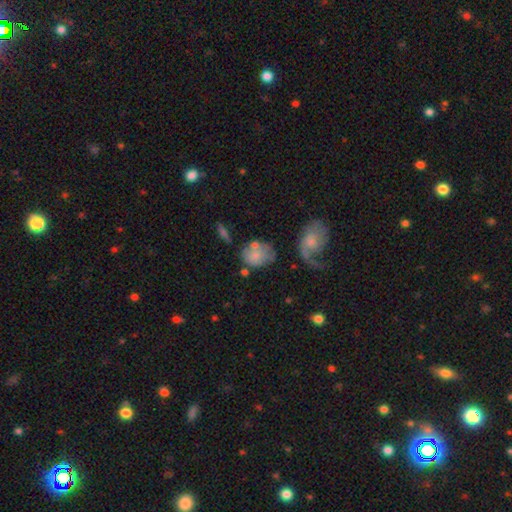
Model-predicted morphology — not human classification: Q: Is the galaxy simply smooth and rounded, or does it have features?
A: smooth — 64%.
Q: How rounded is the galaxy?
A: in between — 56%.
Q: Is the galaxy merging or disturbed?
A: none — 45%.